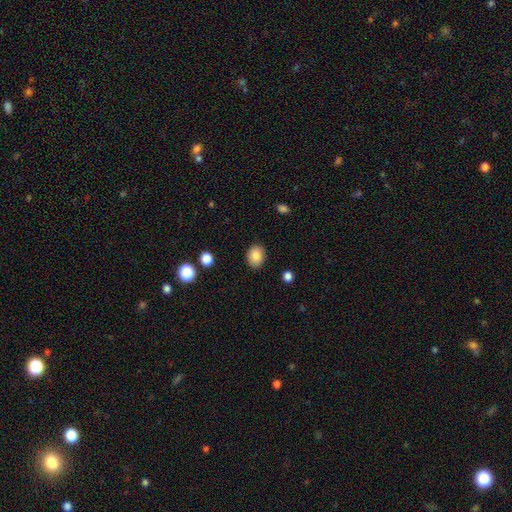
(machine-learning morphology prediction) smooth-or-featured: smooth: 86% | star or artifact: 9% | featured or disk: 6%
  how-rounded: in between: 57% | round: 42% | cigar-shaped: 1%
  merging: none: 87% | minor disturbance: 9% | major disturbance: 2% | merger: 1%